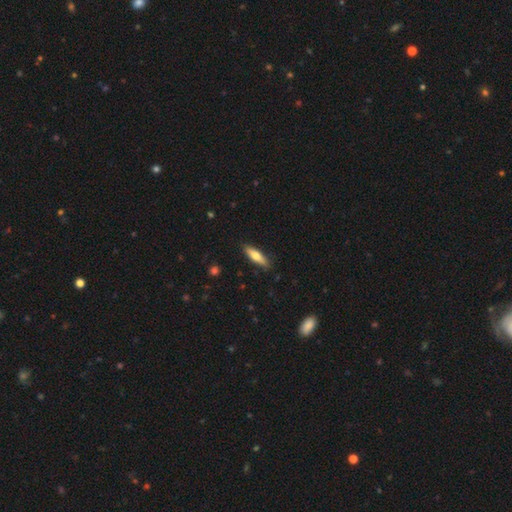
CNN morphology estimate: type=smooth (58%); roundness=cigar-shaped (62%); merging=none (88%).